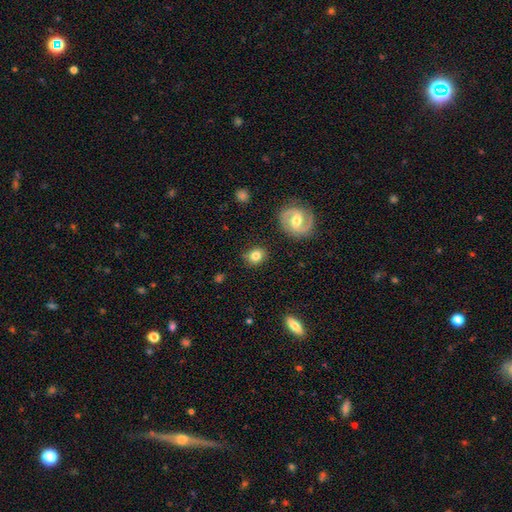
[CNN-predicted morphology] smooth 78%, featured or disk 14%, star or artifact 8%. Down the decision tree: how rounded — round (72%); merging — none (83%).